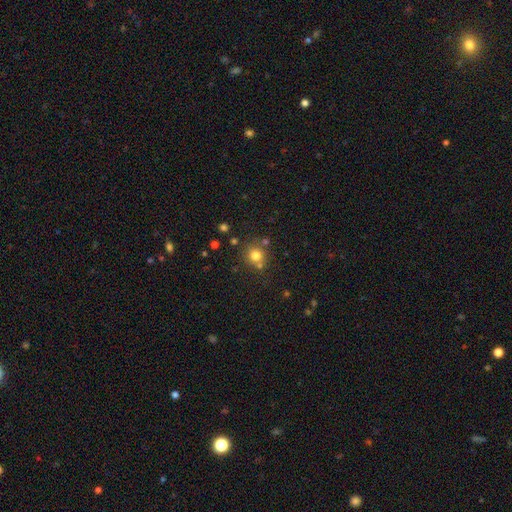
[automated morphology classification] type=smooth (77%); roundness=round (91%); merging=none (72%).